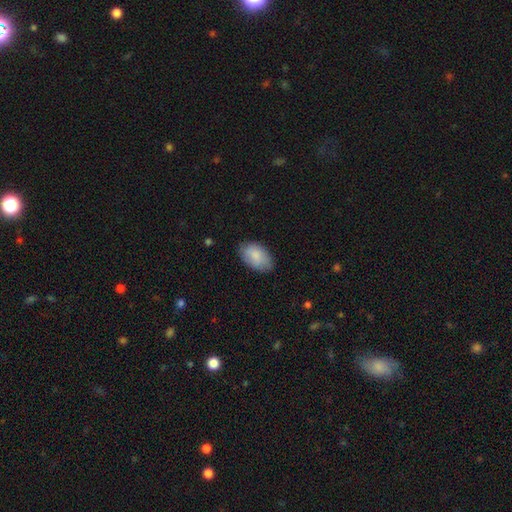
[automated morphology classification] Smooth or featured?
  - smooth: 85% *
  - featured or disk: 10%
  - star or artifact: 6%
How rounded?
  - in between: 94% *
  - round: 5%
  - cigar-shaped: 1%
Merging?
  - none: 78% *
  - minor disturbance: 18%
  - major disturbance: 3%
  - merger: 1%